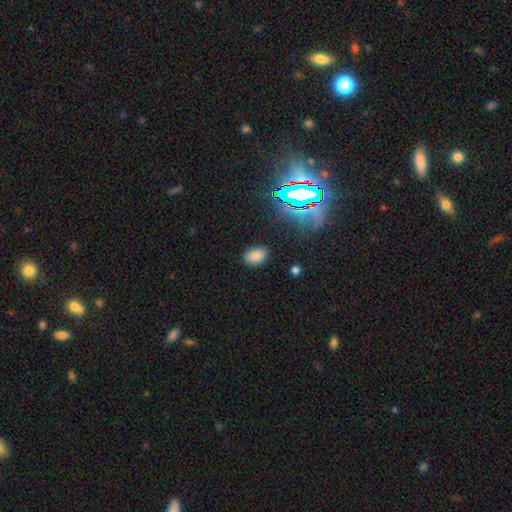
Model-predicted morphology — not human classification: smooth 78%, star or artifact 16%, featured or disk 6%. Down the decision tree: how rounded — in between (80%); merging — none (86%).